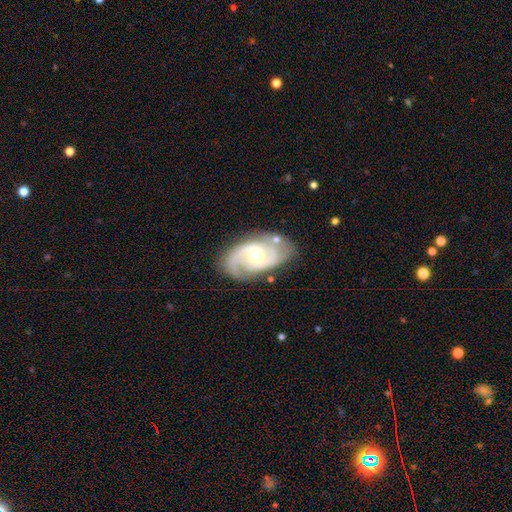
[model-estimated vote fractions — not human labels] Smooth or featured? Predicted: featured or disk (p=0.87). Edge-on disk? Predicted: no (p=0.96). Bar? Predicted: weak (p=0.50). Spiral arms? Predicted: yes (p=0.96). Spiral winding? Predicted: medium (p=0.52). Spiral arm count? Predicted: 2 (p=0.81). Bulge size? Predicted: moderate (p=0.63). Merging? Predicted: none (p=0.77).